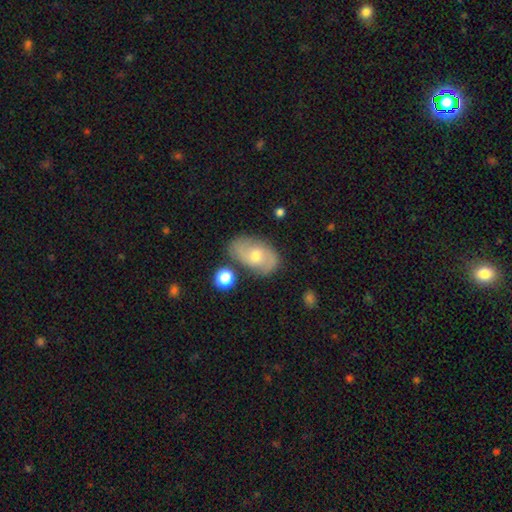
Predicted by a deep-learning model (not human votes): Smooth or featured? featured or disk (53%)
Edge-on disk? no (94%)
Merging? none (74%)